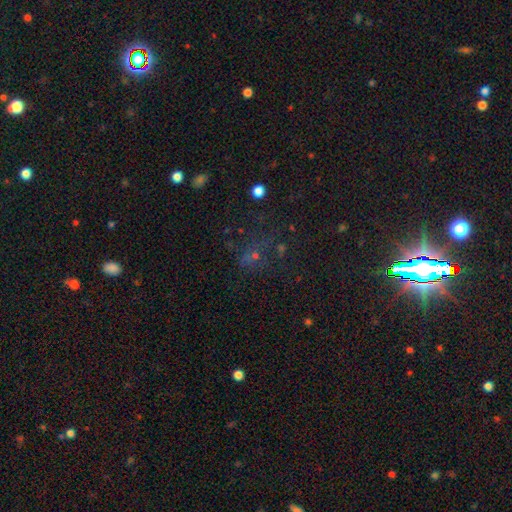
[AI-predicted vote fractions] star or artifact 48%, smooth 35%, featured or disk 17%.